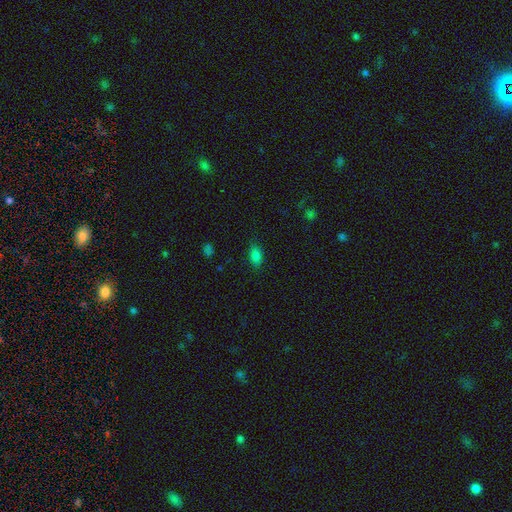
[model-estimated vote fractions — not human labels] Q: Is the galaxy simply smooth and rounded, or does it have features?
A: smooth — 82%.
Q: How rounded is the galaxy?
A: in between — 89%.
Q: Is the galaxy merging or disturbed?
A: none — 83%.